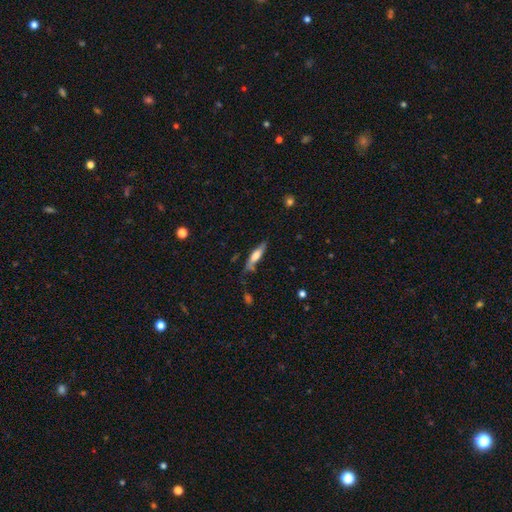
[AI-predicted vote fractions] Smooth or featured? Predicted: smooth (p=0.55). How rounded? Predicted: cigar-shaped (p=0.75). Merging? Predicted: none (p=0.63).